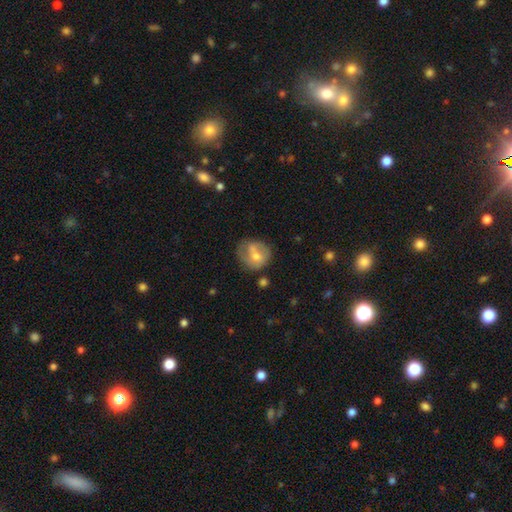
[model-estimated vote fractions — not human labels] Smooth or featured?
  - featured or disk: 54% *
  - smooth: 37%
  - star or artifact: 9%
Edge-on disk?
  - no: 97% *
  - yes: 3%
Bar?
  - no: 51% *
  - weak: 39%
  - strong: 10%
Spiral arms?
  - yes: 68% *
  - no: 32%
Bulge size?
  - moderate: 54% *
  - small: 40%
  - none: 3%
  - large: 3%
  - dominant: 1%
Merging?
  - none: 57% *
  - minor disturbance: 26%
  - major disturbance: 13%
  - merger: 4%